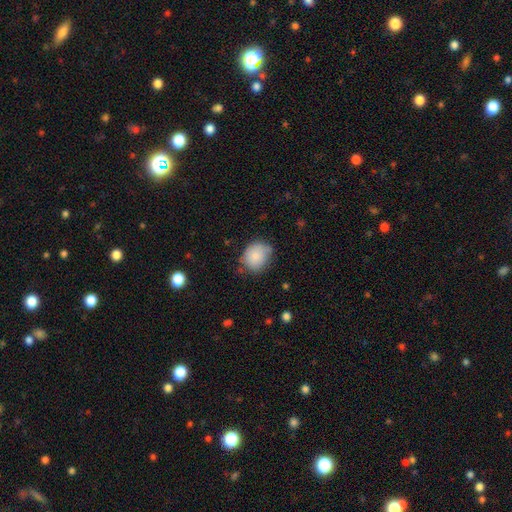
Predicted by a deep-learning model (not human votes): A smooth galaxy with no disk features (85%) that is round (58%). Merging: none (63%).